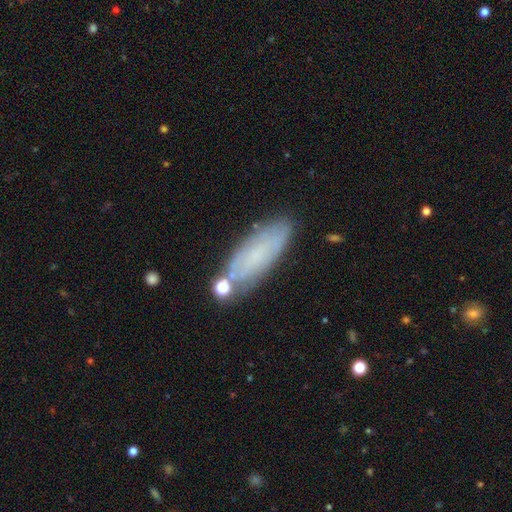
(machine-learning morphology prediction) Smooth or featured? Predicted: smooth (p=0.56). How rounded? Predicted: in between (p=0.64). Merging? Predicted: none (p=0.73).